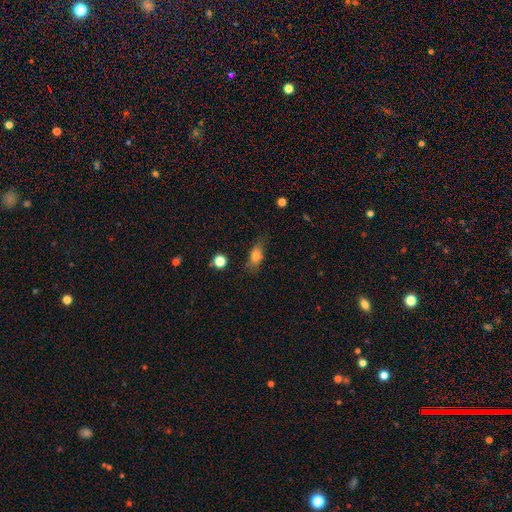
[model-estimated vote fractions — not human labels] Q: Smooth or featured?
A: smooth (77%); runner-up: featured or disk (12%)
Q: How rounded?
A: in between (74%); runner-up: cigar-shaped (16%)
Q: Merging?
A: none (68%); runner-up: minor disturbance (22%)